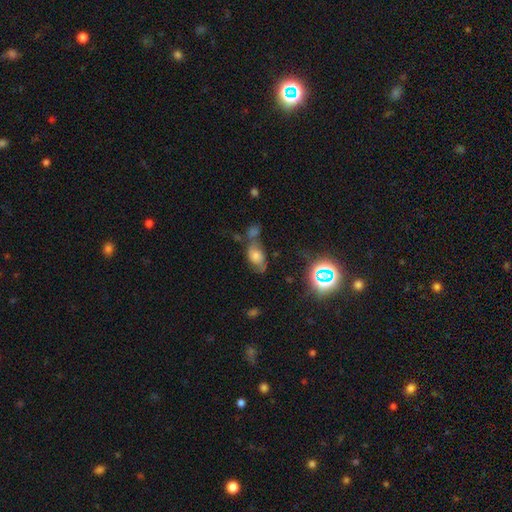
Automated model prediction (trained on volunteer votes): Smooth or featured? smooth (49%)
Merging? none (38%)